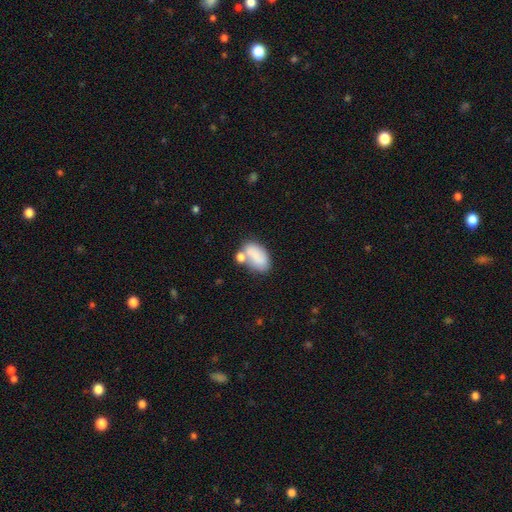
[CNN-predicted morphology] type=smooth (78%); roundness=in between (92%); merging=none (46%).